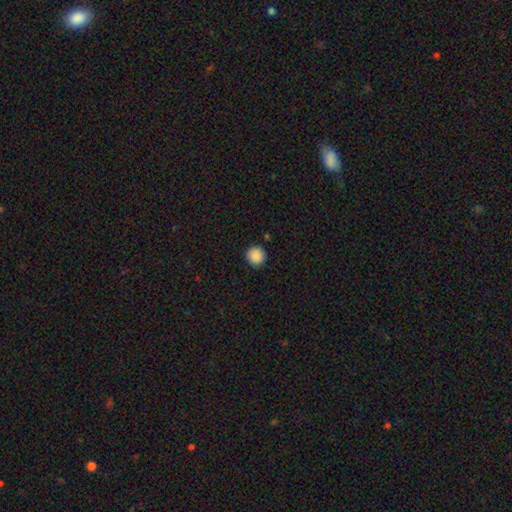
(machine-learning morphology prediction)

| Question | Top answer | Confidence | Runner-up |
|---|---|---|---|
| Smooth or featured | smooth | 88% | star or artifact (9%) |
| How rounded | round | 95% | in between (5%) |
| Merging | none | 90% | minor disturbance (7%) |